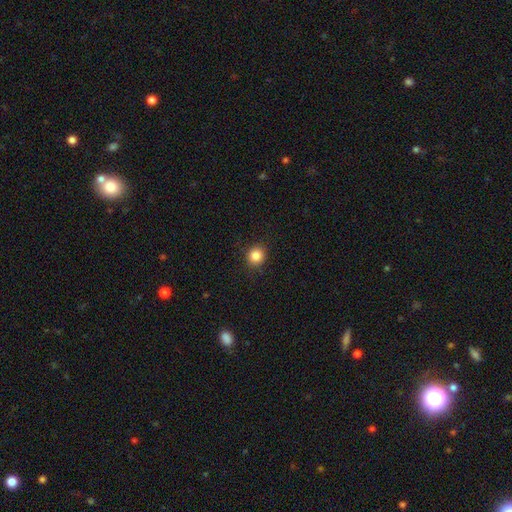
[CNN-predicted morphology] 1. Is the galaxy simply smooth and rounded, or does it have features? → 85% smooth, 11% star or artifact, 4% featured or disk.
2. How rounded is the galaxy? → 88% round, 11% in between, 1% cigar-shaped.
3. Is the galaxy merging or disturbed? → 90% none, 7% minor disturbance, 2% major disturbance, 1% merger.